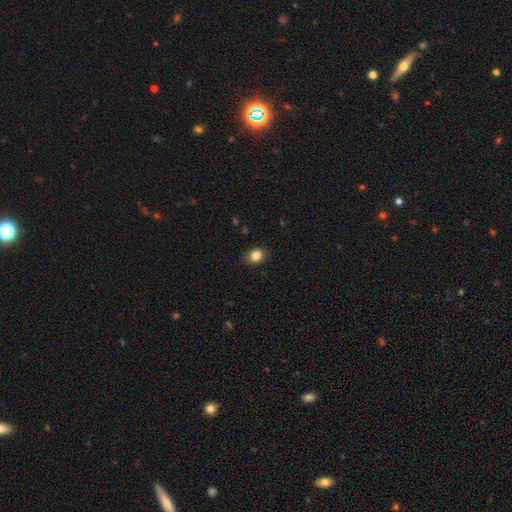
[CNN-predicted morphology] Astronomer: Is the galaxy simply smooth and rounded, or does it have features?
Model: smooth — 84%.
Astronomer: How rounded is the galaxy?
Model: round — 58% (runner-up: in between, 41%).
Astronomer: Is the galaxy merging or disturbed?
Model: none — 87%.